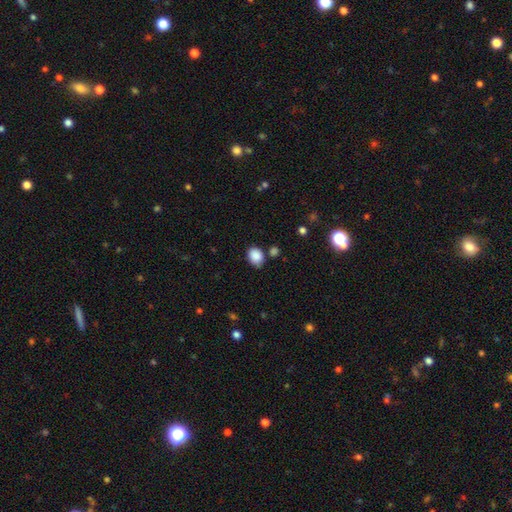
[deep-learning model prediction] A smooth galaxy with no disk features (87%) that is in between round and cigar-shaped (54%).

Vote fractions:
- Smooth or featured? smooth: 87% / star or artifact: 9% / featured or disk: 4%
- How rounded? in between: 54% / round: 45% / cigar-shaped: 1%
- Merging? none: 76% / minor disturbance: 14% / merger: 7% / major disturbance: 3%